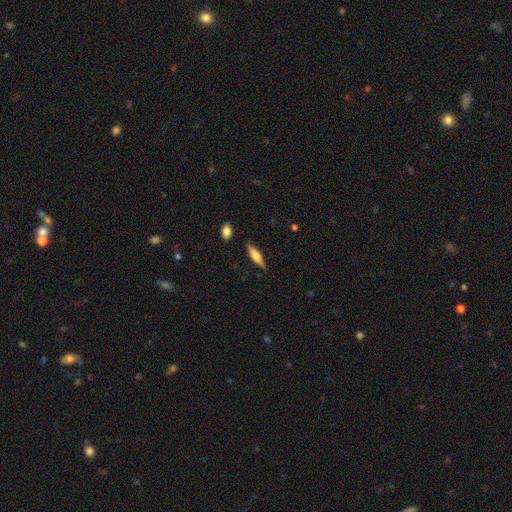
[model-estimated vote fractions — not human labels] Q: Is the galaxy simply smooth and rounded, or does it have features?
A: smooth — 53%.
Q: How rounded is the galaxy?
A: cigar-shaped — 61%.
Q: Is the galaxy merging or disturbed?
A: none — 86%.